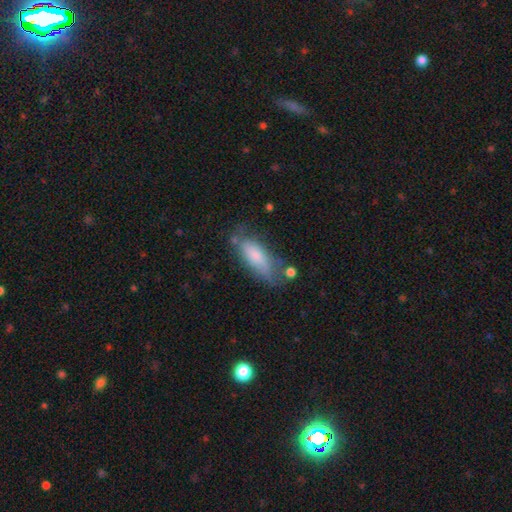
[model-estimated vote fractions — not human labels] smooth 75%, featured or disk 18%, star or artifact 7%. Down the decision tree: how rounded — in between (69%); merging — none (52%).